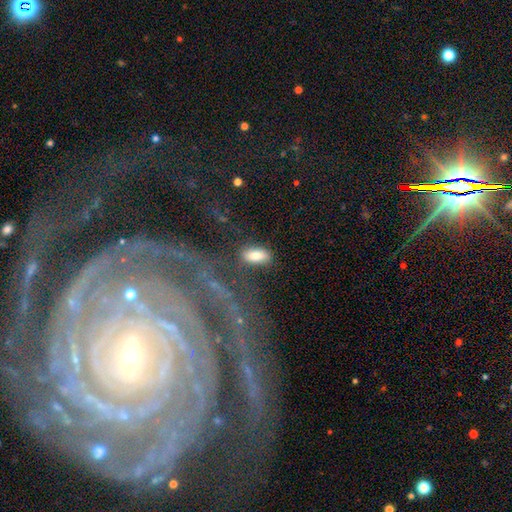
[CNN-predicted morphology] This is clearly a smooth galaxy (82%). How rounded: clearly in between (87%). Merging: likely none (74%).